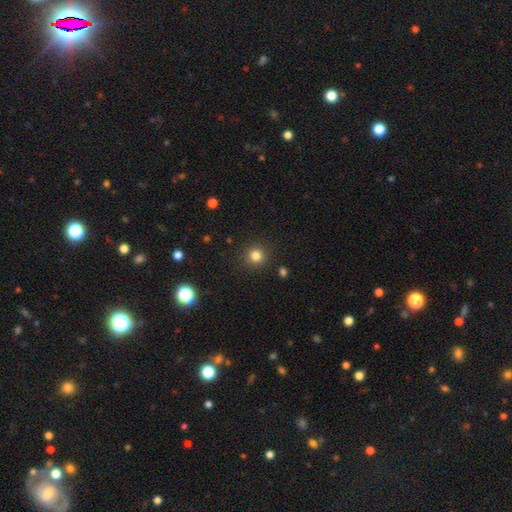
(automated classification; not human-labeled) smooth_or_featured: smooth (p=0.81) [alt: star or artifact p=0.14]
how_rounded: round (p=0.93) [alt: in between p=0.06]
merging: none (p=0.91) [alt: minor disturbance p=0.06]